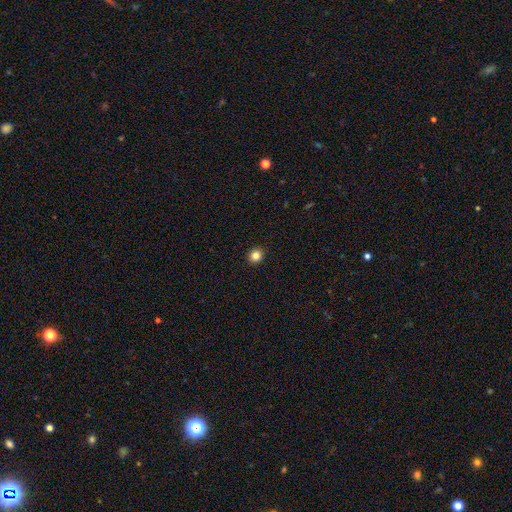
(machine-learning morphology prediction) type=smooth (83%); roundness=round (86%); merging=none (93%).